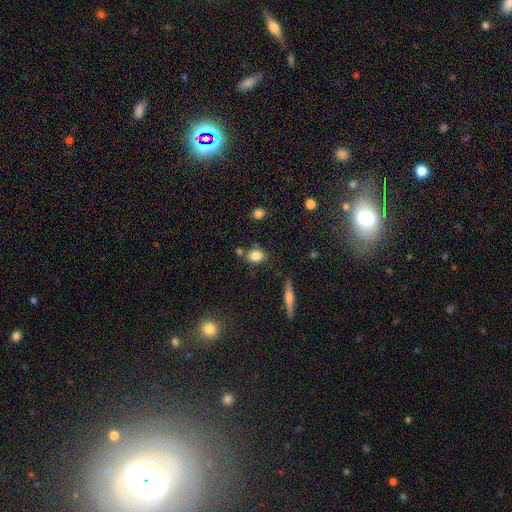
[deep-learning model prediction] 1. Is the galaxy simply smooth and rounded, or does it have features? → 82% smooth, 9% star or artifact, 9% featured or disk.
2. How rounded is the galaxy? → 65% in between, 32% round, 3% cigar-shaped.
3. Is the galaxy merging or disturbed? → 72% none, 14% minor disturbance, 10% merger, 4% major disturbance.